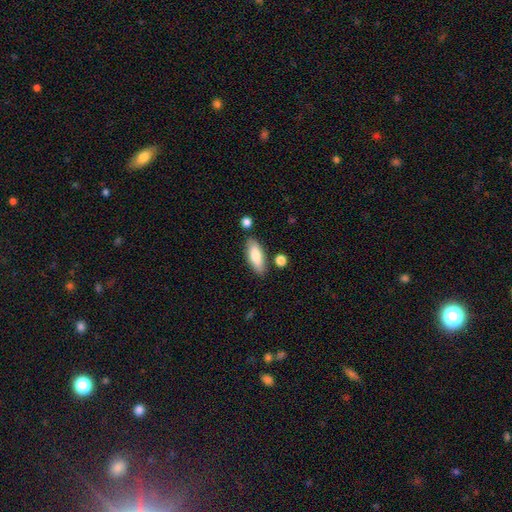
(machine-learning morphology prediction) A smooth galaxy with no disk features (77%) that is in between round and cigar-shaped (72%).

Vote fractions:
- Smooth or featured? smooth: 77% / featured or disk: 16% / star or artifact: 6%
- How rounded? in between: 72% / cigar-shaped: 26% / round: 2%
- Merging? none: 80% / minor disturbance: 12% / merger: 5% / major disturbance: 3%